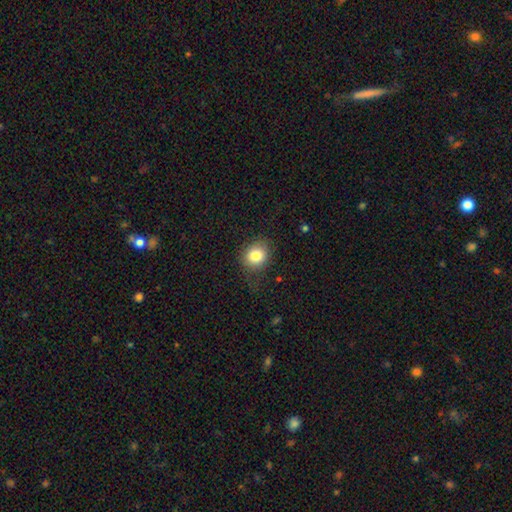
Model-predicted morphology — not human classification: smooth-or-featured: smooth: 81% | star or artifact: 10% | featured or disk: 9%
  how-rounded: round: 67% | in between: 32% | cigar-shaped: 1%
  merging: none: 73% | minor disturbance: 19% | major disturbance: 7% | merger: 1%